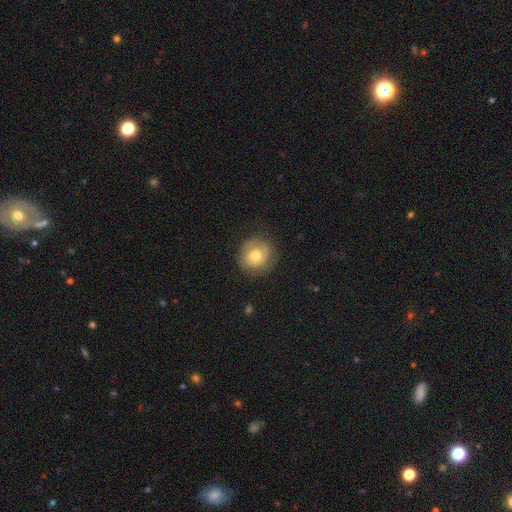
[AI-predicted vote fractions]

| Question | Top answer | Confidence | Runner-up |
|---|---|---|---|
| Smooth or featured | smooth | 60% | featured or disk (32%) |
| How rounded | round | 88% | in between (11%) |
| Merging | none | 75% | minor disturbance (18%) |